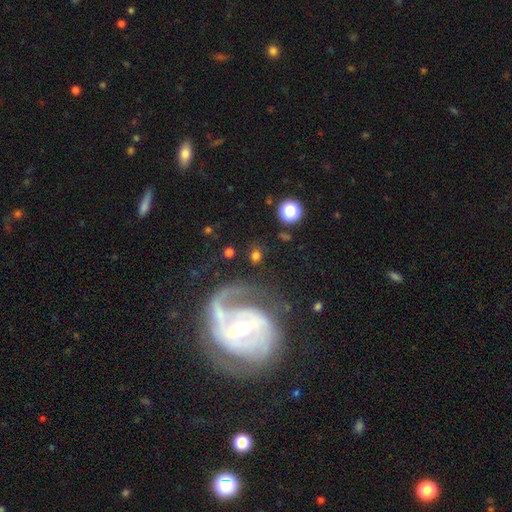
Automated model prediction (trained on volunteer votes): smooth-or-featured: smooth: 58% | featured or disk: 27% | star or artifact: 15%
  how-rounded: round: 68% | in between: 29% | cigar-shaped: 2%
  merging: none: 73% | minor disturbance: 11% | major disturbance: 10% | merger: 7%